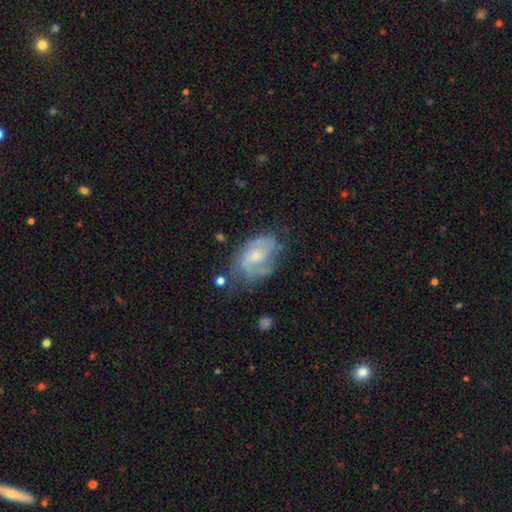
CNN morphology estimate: Overall: featured or disk (71%). Edge-on disk: no (97%). Bar: no (53%; weak 40%). Spiral arms: yes (88%). Spiral arm count: 2 (65%). Spiral winding: medium (47%; tight 30%). Bulge size: small (45%; moderate 41%). Merging: none (55%; minor disturbance 27%).